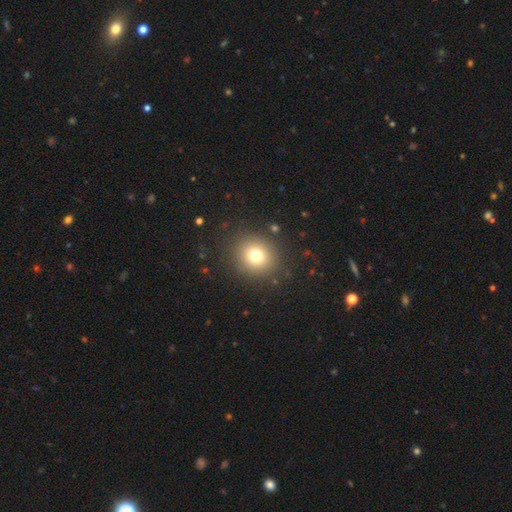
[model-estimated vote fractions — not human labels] A smooth galaxy with no disk features (74%) that is round (85%). Merging: none (88%).